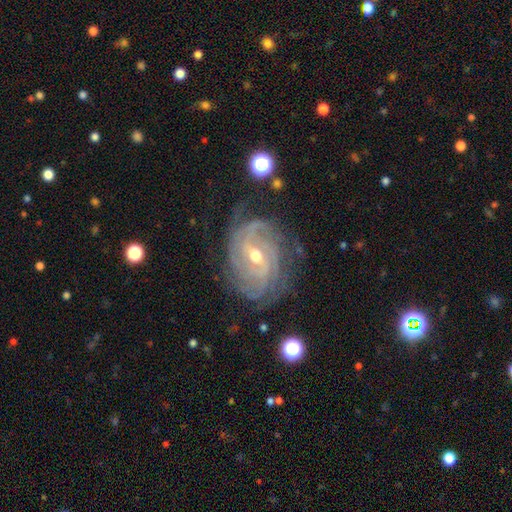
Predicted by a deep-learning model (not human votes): A featured or disk galaxy (89%) with a weak bar (48%), tight (71%) spiral arms (97%) and a moderate central bulge (52%).

Vote fractions:
- Smooth or featured? featured or disk: 89% / star or artifact: 6% / smooth: 5%
- Edge-on disk? no: 97% / yes: 3%
- Bar? weak: 48% / no: 26% / strong: 26%
- Spiral arms? yes: 97% / no: 3%
- Spiral winding? tight: 71% / medium: 24% / loose: 5%
- Spiral arm count? can't tell: 27% / 4: 21% / 3: 20% / 2: 14% / more than 4: 11% / 1: 7%
- Bulge size? moderate: 52% / small: 45% / large: 2% / none: 1% / dominant: 1%
- Merging? none: 75% / minor disturbance: 17% / major disturbance: 7% / merger: 1%